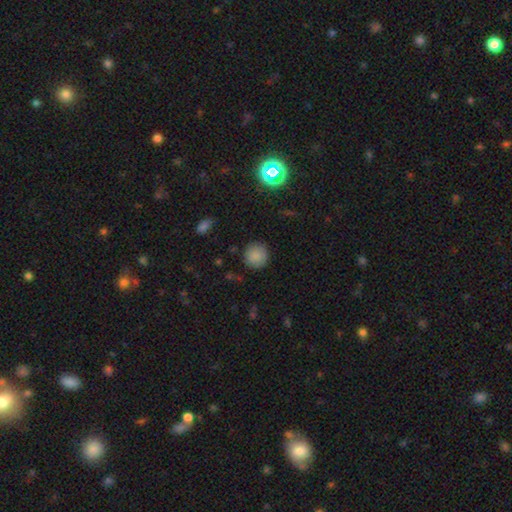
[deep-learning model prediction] Smooth or featured?
  - smooth: 85% *
  - star or artifact: 10%
  - featured or disk: 4%
How rounded?
  - round: 93% *
  - in between: 6%
  - cigar-shaped: 1%
Merging?
  - none: 88% *
  - minor disturbance: 8%
  - major disturbance: 2%
  - merger: 1%